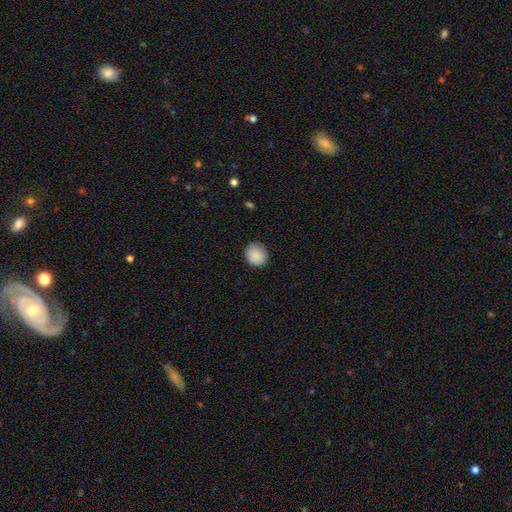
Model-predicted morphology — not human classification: Overall: smooth (89%). How rounded: round (73%). Merging: none (86%).